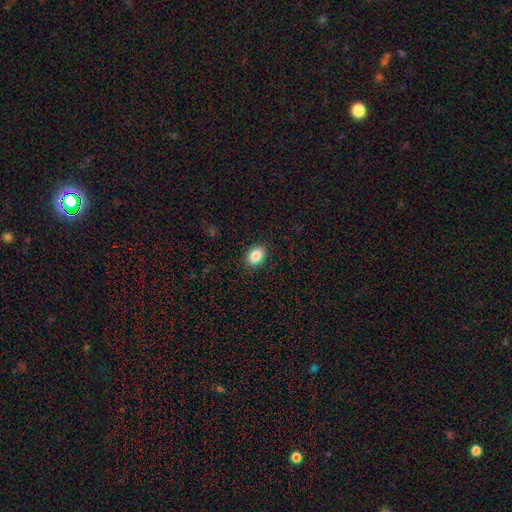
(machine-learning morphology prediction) smooth-or-featured: smooth: 87% | star or artifact: 8% | featured or disk: 5%
  how-rounded: in between: 75% | round: 24% | cigar-shaped: 1%
  merging: none: 88% | minor disturbance: 8% | major disturbance: 2% | merger: 1%